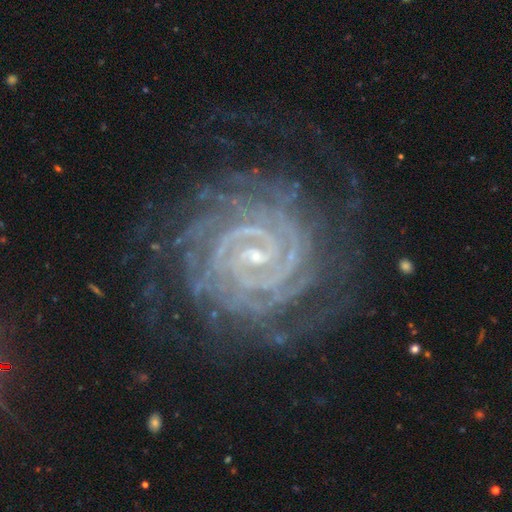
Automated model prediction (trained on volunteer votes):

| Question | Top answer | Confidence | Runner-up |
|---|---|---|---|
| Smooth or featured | featured or disk | 92% | star or artifact (5%) |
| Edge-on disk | no | 98% | yes (2%) |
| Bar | weak | 42% | strong (31%) |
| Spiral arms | yes | 99% | no (1%) |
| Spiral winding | tight | 89% | medium (9%) |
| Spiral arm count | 2 | 28% | 4 (17%) |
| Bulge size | small | 81% | moderate (14%) |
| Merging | none | 77% | minor disturbance (14%) |